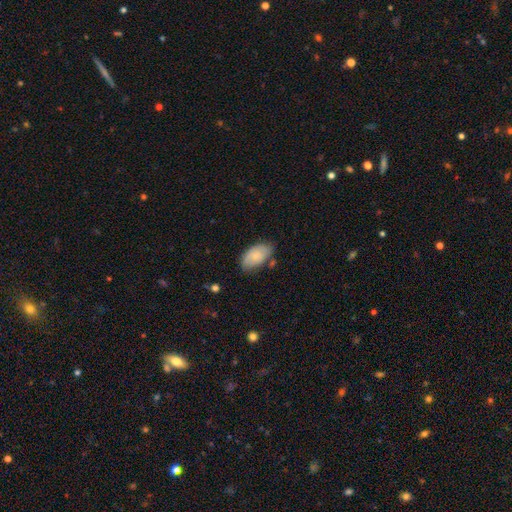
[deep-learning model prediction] A smooth galaxy with no disk features (70%) that is in between round and cigar-shaped (94%).

Vote fractions:
- Smooth or featured? smooth: 70% / featured or disk: 24% / star or artifact: 7%
- How rounded? in between: 94% / round: 4% / cigar-shaped: 2%
- Merging? none: 66% / minor disturbance: 24% / major disturbance: 5% / merger: 4%